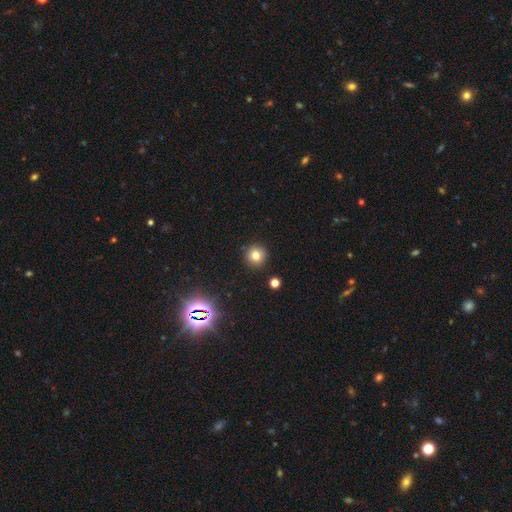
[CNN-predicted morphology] A smooth galaxy with no disk features (77%) that is round (94%). Merging: none (91%).